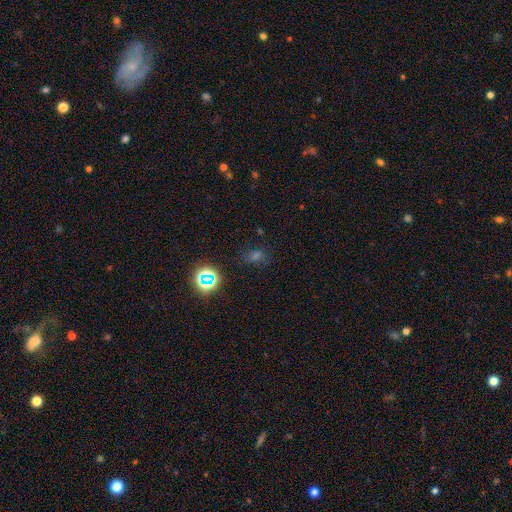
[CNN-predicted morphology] Smooth or featured? Predicted: smooth (p=0.49). Merging? Predicted: none (p=0.75).